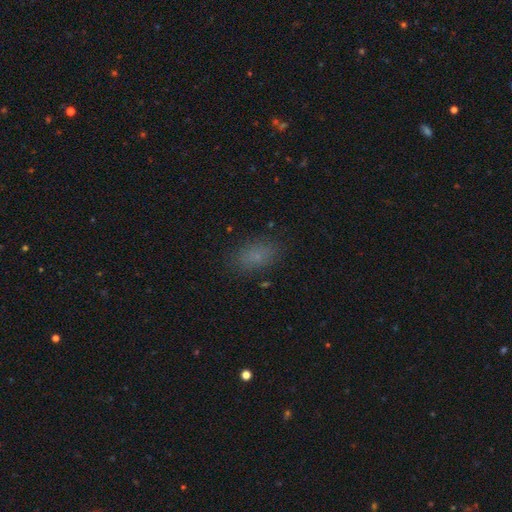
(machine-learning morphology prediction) This is likely a smooth galaxy (76%). How rounded: clearly in between (87%). Merging: clearly none (82%).